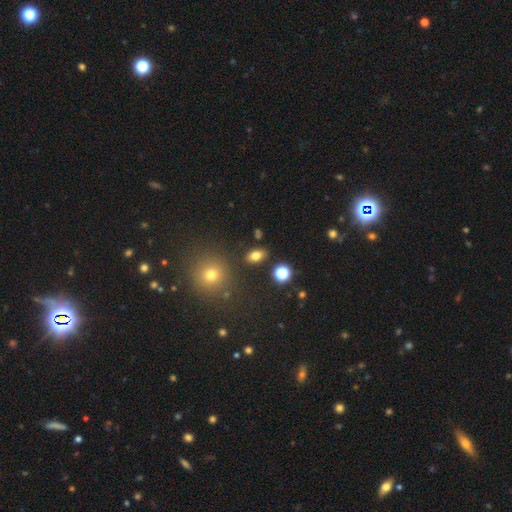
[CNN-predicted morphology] This is likely a smooth galaxy (77%). How rounded: clearly in between (82%). Merging: clearly none (84%).